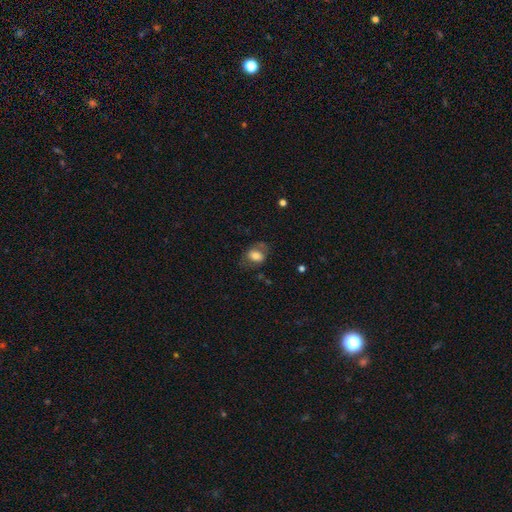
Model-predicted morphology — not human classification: Smooth or featured? smooth (68%)
How rounded? in between (69%)
Merging? none (56%)